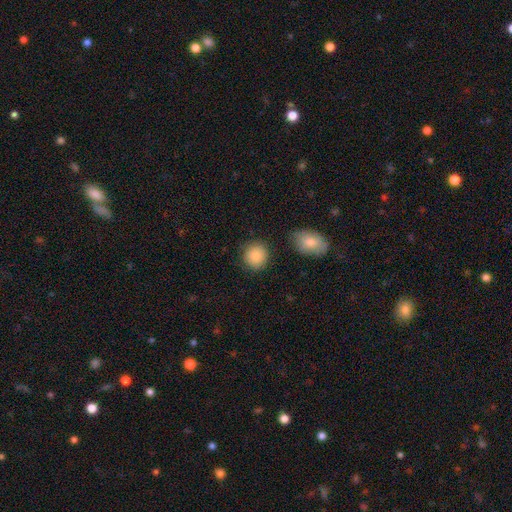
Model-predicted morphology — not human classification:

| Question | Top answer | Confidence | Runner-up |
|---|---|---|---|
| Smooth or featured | smooth | 88% | star or artifact (7%) |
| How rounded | round | 86% | in between (13%) |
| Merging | none | 82% | minor disturbance (10%) |